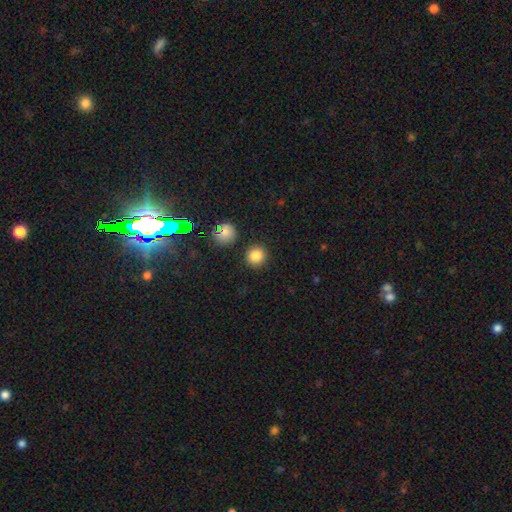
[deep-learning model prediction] The model was most divided on "smooth or featured": smooth: 83%, star or artifact: 12%, featured or disk: 4%. More confident: how rounded — round (91%); merging — none (88%).